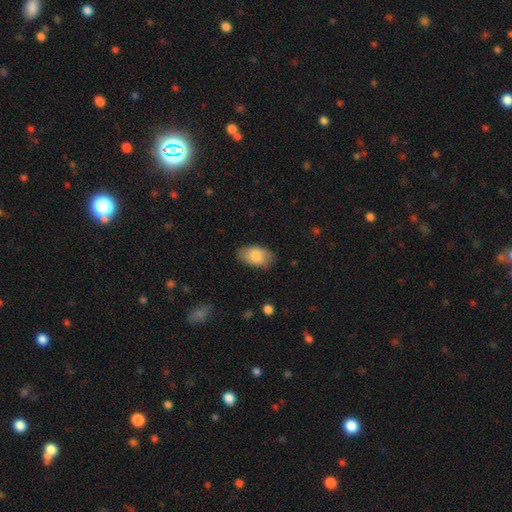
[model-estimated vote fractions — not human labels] The model was most divided on "merging": none: 78%, minor disturbance: 17%, major disturbance: 4%, merger: 1%. More confident: how rounded — in between (93%); smooth or featured — smooth (82%).